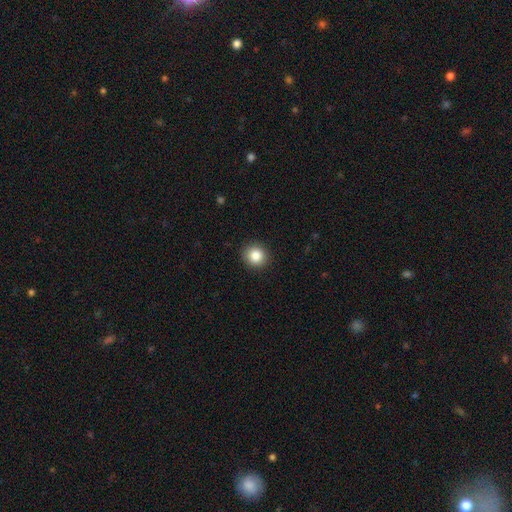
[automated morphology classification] A smooth galaxy with no disk features (85%) that is round (88%). Merging: none (91%).